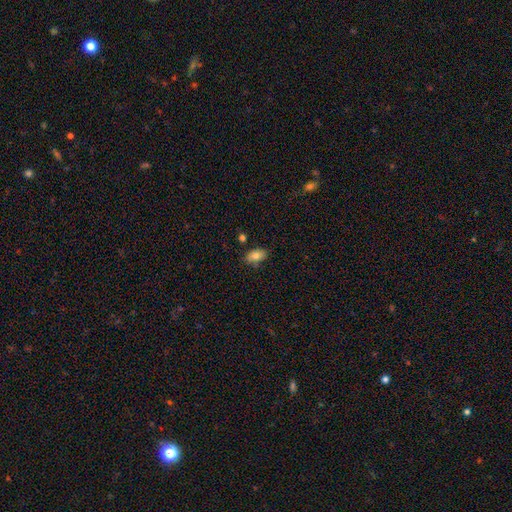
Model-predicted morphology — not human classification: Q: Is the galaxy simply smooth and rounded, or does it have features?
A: smooth — 80%.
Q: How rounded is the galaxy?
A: in between — 90%.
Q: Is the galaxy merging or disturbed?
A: none — 80%.